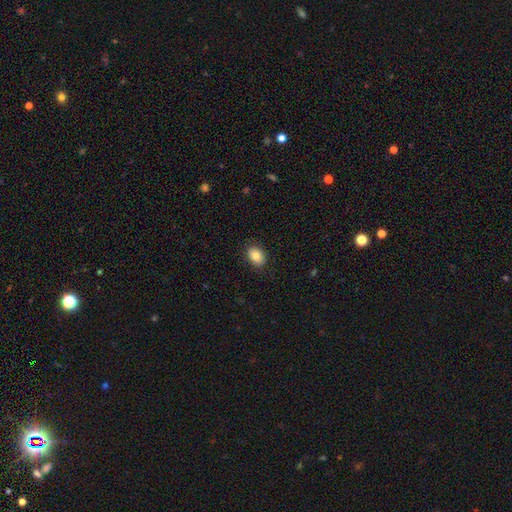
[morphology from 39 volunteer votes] This appears to be a smooth galaxy with no disk features (82%) that is in between round and cigar-shaped (78%). Merging: none (89%).